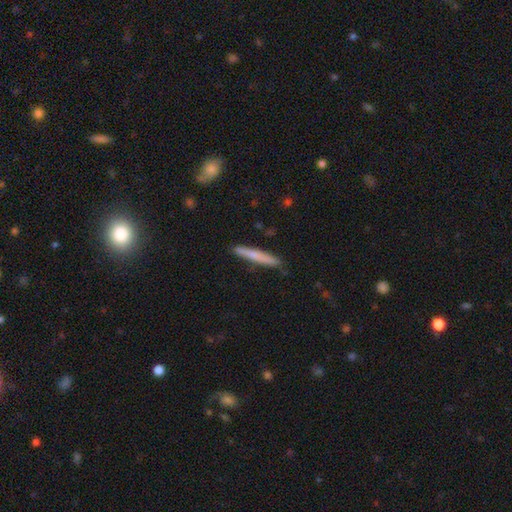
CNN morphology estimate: This appears to be a smooth galaxy with no disk features (54%) that is cigar-shaped (95%). Merging: none (89%).